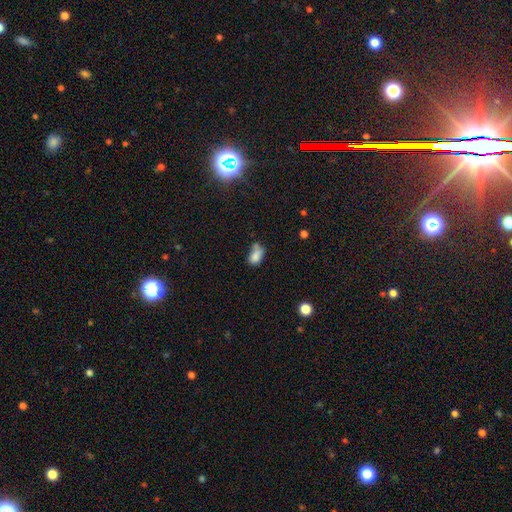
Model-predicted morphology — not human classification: Smooth or featured?
  - smooth: 77% *
  - star or artifact: 12%
  - featured or disk: 12%
How rounded?
  - in between: 84% *
  - round: 13%
  - cigar-shaped: 3%
Merging?
  - none: 32% *
  - minor disturbance: 27%
  - merger: 27%
  - major disturbance: 15%